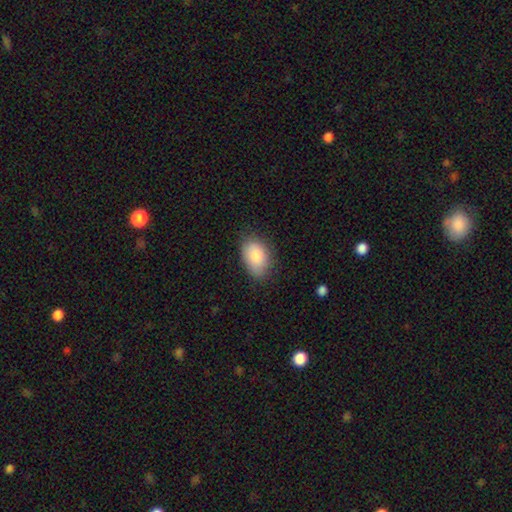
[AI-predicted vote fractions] A smooth galaxy with no disk features (87%) that is in between round and cigar-shaped (89%). Merging: none (77%).